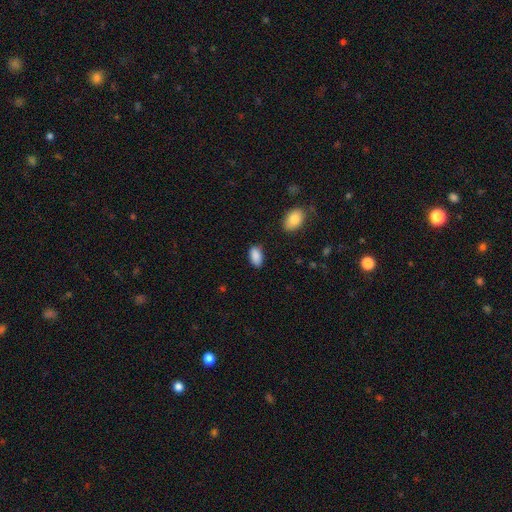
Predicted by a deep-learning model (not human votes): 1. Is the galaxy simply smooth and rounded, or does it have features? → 89% smooth, 7% star or artifact, 4% featured or disk.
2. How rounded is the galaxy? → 94% in between, 4% round, 2% cigar-shaped.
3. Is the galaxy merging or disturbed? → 81% none, 14% minor disturbance, 3% major disturbance, 2% merger.